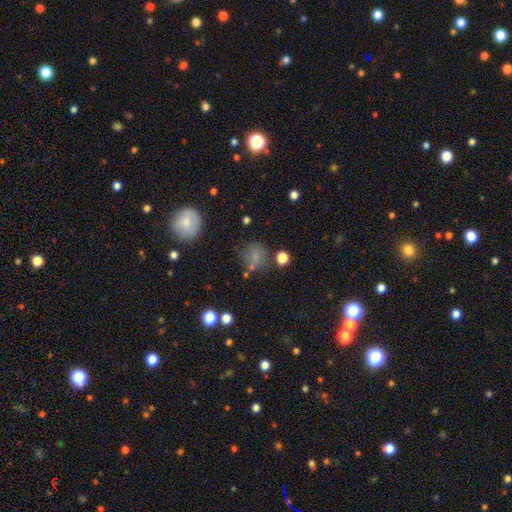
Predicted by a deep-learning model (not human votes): Smooth or featured: smooth — 70% (star or artifact — 16%)
How rounded: round — 69% (in between — 30%)
Merging: none — 64% (minor disturbance — 19%)